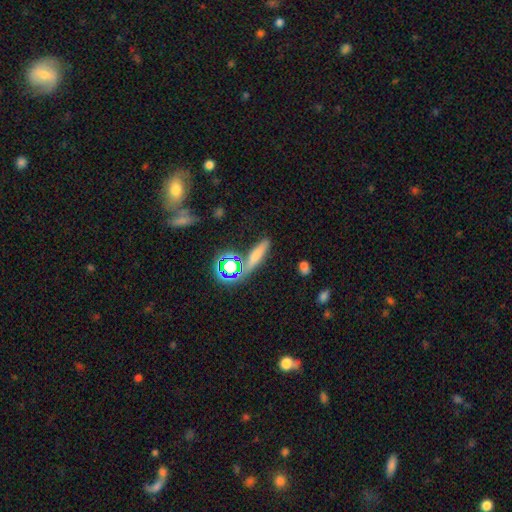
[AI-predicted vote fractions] Q: Smooth or featured?
A: smooth (65%); runner-up: star or artifact (19%)
Q: How rounded?
A: cigar-shaped (70%); runner-up: in between (22%)
Q: Merging?
A: none (78%); runner-up: minor disturbance (12%)